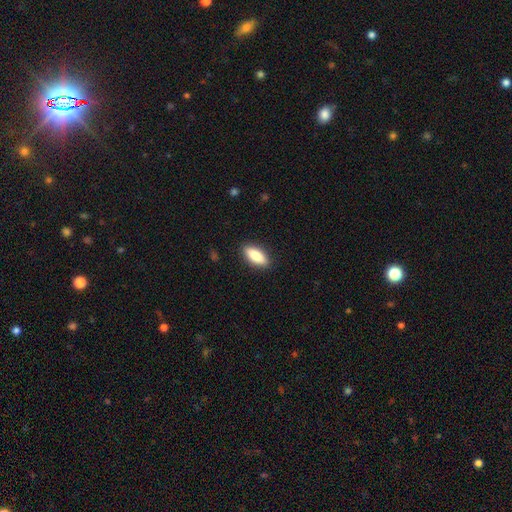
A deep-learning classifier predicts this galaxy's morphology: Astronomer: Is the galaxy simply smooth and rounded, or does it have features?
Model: smooth — 83%.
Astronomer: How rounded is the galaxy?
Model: in between — 77%.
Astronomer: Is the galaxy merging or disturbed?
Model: none — 89%.